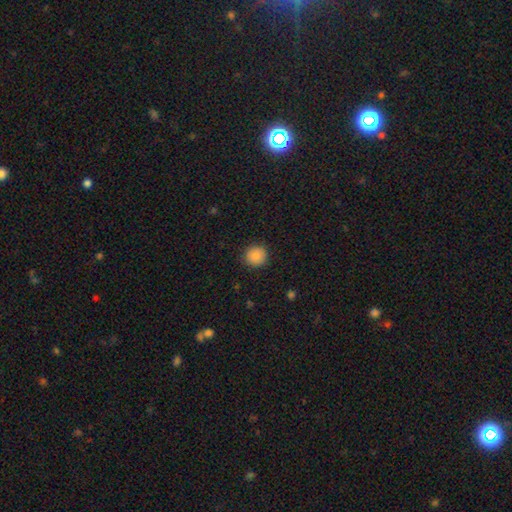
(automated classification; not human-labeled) Morphology: type=smooth (86%); roundness=round (90%); merging=none (90%).